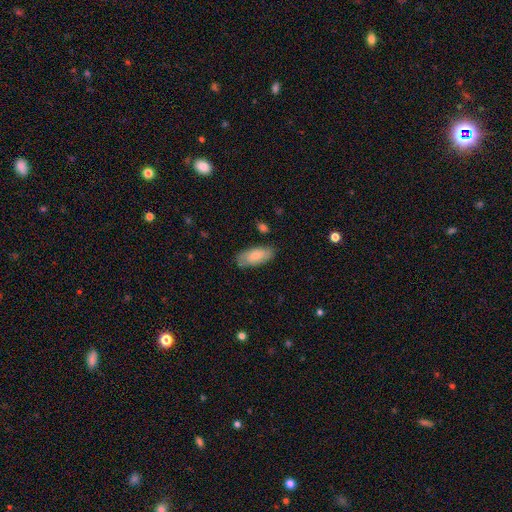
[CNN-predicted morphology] smooth_or_featured: smooth (p=0.65) [alt: featured or disk p=0.29]
how_rounded: in between (p=0.88) [alt: cigar-shaped p=0.10]
merging: none (p=0.75) [alt: minor disturbance p=0.19]